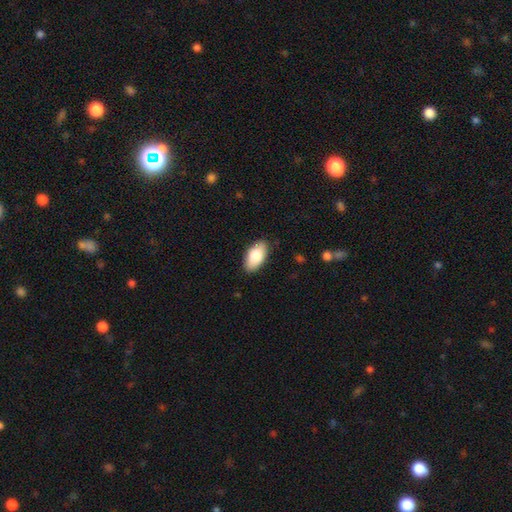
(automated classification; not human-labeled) Q: Smooth or featured?
A: smooth (82%); runner-up: featured or disk (12%)
Q: How rounded?
A: in between (94%); runner-up: round (3%)
Q: Merging?
A: none (87%); runner-up: minor disturbance (10%)